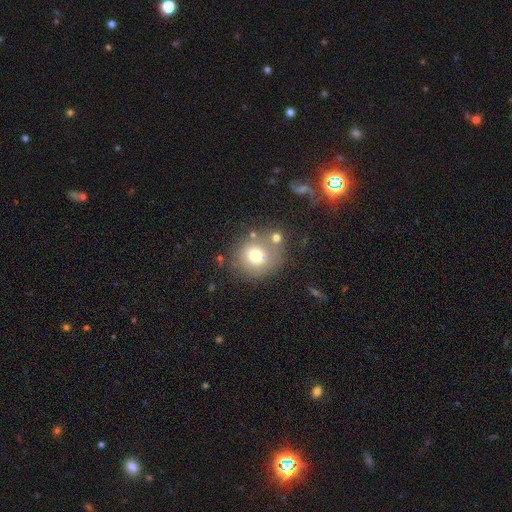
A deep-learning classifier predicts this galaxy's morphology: smooth-or-featured: smooth: 68% | featured or disk: 20% | star or artifact: 12%
  how-rounded: round: 85% | in between: 14% | cigar-shaped: 1%
  merging: none: 60% | merger: 17% | minor disturbance: 15% | major disturbance: 8%